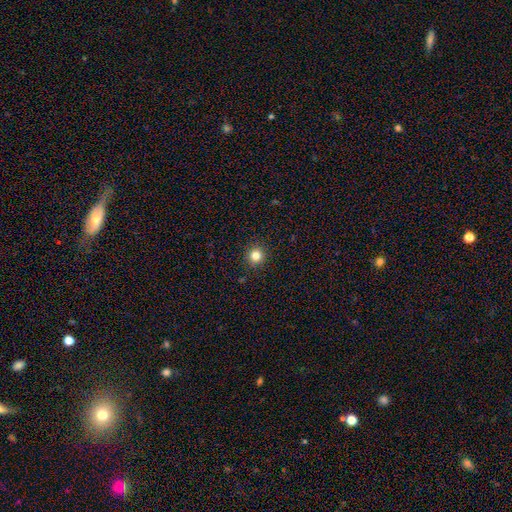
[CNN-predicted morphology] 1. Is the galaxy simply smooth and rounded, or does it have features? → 81% smooth, 13% star or artifact, 5% featured or disk.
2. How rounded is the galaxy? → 94% round, 5% in between, 1% cigar-shaped.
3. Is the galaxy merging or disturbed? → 92% none, 5% minor disturbance, 2% major disturbance, 1% merger.